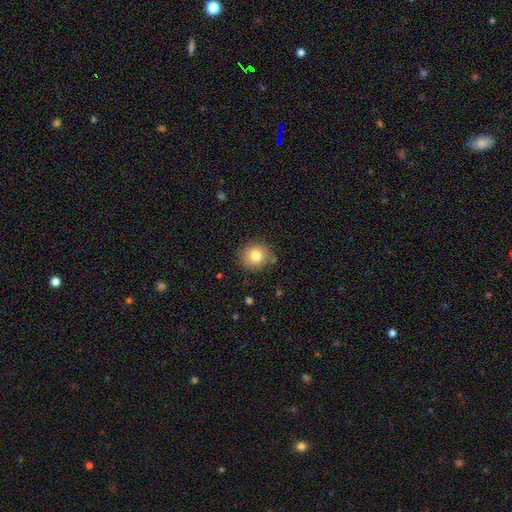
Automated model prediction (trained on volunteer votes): smooth-or-featured: smooth: 80% | star or artifact: 10% | featured or disk: 10%
  how-rounded: round: 87% | in between: 12% | cigar-shaped: 1%
  merging: none: 85% | minor disturbance: 10% | major disturbance: 3% | merger: 2%